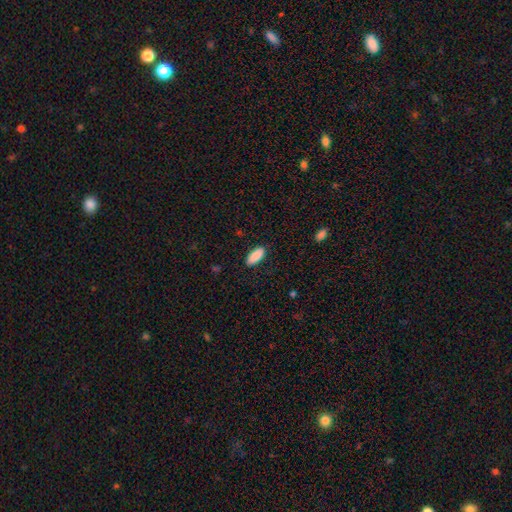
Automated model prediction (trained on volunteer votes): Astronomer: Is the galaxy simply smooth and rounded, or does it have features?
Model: smooth — 90%.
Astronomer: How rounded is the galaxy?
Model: in between — 85%.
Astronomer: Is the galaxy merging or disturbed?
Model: none — 89%.